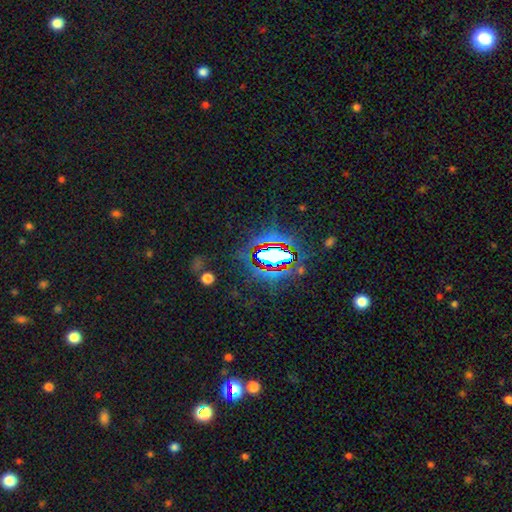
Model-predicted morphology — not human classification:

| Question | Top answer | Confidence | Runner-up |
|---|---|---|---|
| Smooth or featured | star or artifact | 83% | smooth (9%) |